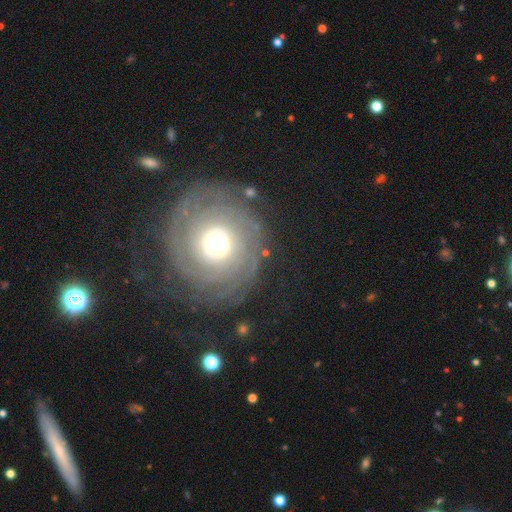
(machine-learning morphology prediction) The model was most divided on "spiral arm count": 2: 36%, can't tell: 30%, 3: 12%, 1: 7%, 4: 7%, more than 4: 7%. More confident: edge-on disk — no (97%); spiral arms — yes (86%); merging — none (81%); bar — no (80%); spiral winding — tight (78%); smooth or featured — featured or disk (74%); bulge size — moderate (64%).